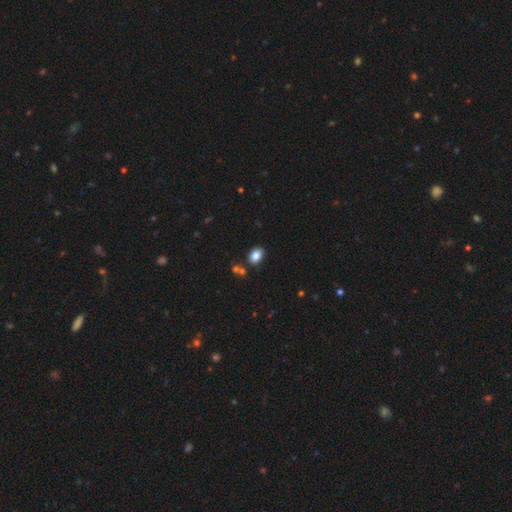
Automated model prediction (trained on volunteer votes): smooth_or_featured: smooth (p=0.85) [alt: star or artifact p=0.10]
how_rounded: in between (p=0.76) [alt: round p=0.23]
merging: none (p=0.79) [alt: minor disturbance p=0.11]